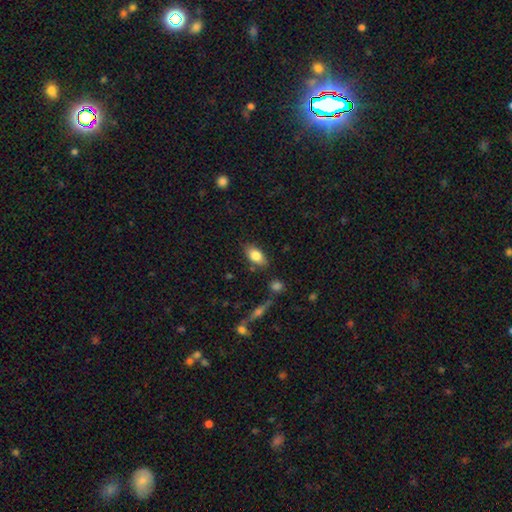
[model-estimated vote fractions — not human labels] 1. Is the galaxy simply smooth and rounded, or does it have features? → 80% smooth, 12% featured or disk, 8% star or artifact.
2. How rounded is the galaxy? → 89% in between, 6% round, 5% cigar-shaped.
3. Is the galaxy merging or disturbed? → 80% none, 13% minor disturbance, 4% merger, 3% major disturbance.